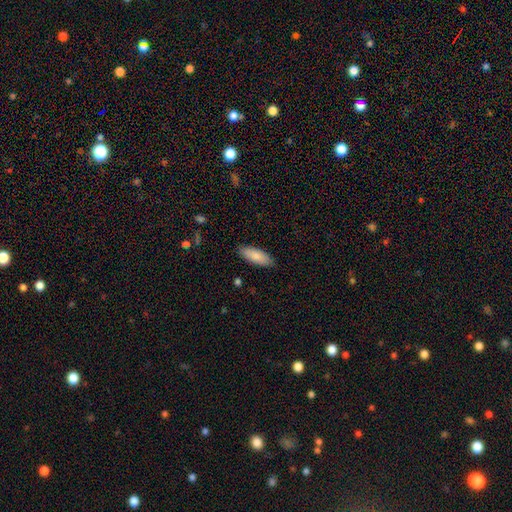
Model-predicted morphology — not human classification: Smooth or featured? Predicted: smooth (p=0.85). How rounded? Predicted: in between (p=0.70). Merging? Predicted: none (p=0.88).